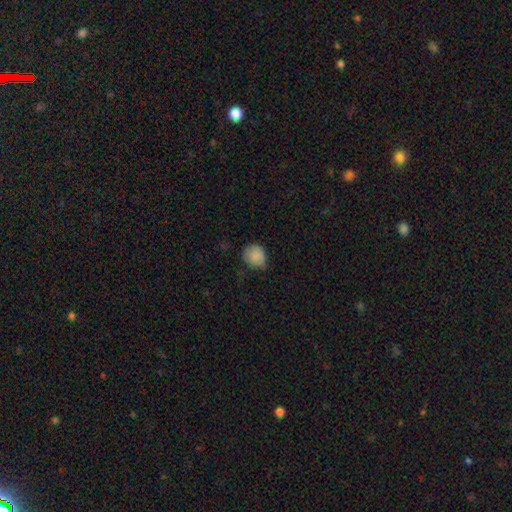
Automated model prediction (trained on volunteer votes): A smooth galaxy with no disk features (86%) that is round (80%).

Vote fractions:
- Smooth or featured? smooth: 86% / star or artifact: 9% / featured or disk: 5%
- How rounded? round: 80% / in between: 20% / cigar-shaped: 1%
- Merging? none: 62% / minor disturbance: 31% / major disturbance: 5% / merger: 1%